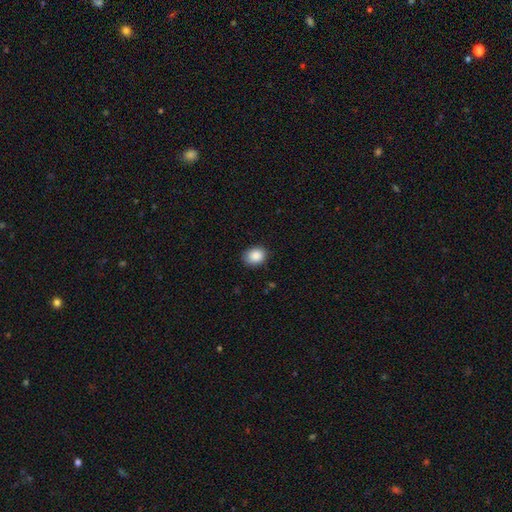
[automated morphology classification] Smooth or featured: smooth — 88% (star or artifact — 8%)
How rounded: round — 52% (in between — 47%)
Merging: none — 83% (minor disturbance — 13%)